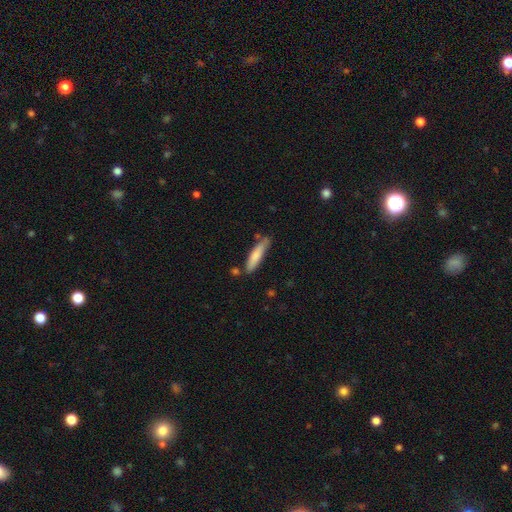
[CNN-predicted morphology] Q: Smooth or featured?
A: smooth (77%); runner-up: featured or disk (18%)
Q: How rounded?
A: cigar-shaped (81%); runner-up: in between (18%)
Q: Merging?
A: none (71%); runner-up: minor disturbance (20%)